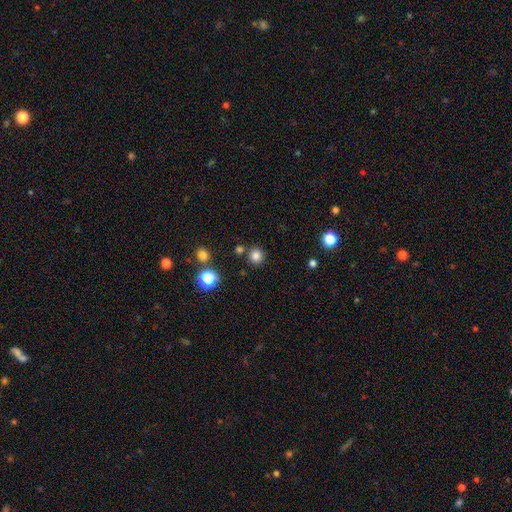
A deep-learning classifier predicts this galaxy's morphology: A smooth galaxy with no disk features (82%) that is round (93%). Merging: none (85%).